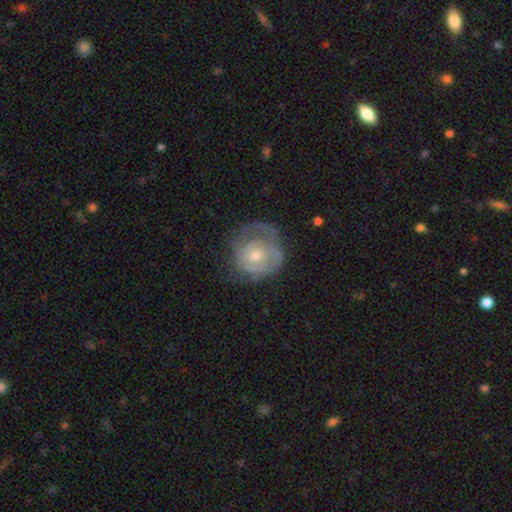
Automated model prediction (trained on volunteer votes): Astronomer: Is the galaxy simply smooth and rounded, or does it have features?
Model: featured or disk — 73%.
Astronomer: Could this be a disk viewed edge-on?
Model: no — 97%.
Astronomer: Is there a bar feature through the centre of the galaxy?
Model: no — 75%.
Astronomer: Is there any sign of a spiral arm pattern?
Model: yes — 84%.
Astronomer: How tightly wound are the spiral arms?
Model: tight — 66%.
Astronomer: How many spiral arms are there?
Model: can't tell — 37% (runner-up: 2, 34%).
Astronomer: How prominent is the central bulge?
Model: moderate — 53% (runner-up: small, 42%).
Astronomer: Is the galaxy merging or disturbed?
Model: none — 57%.